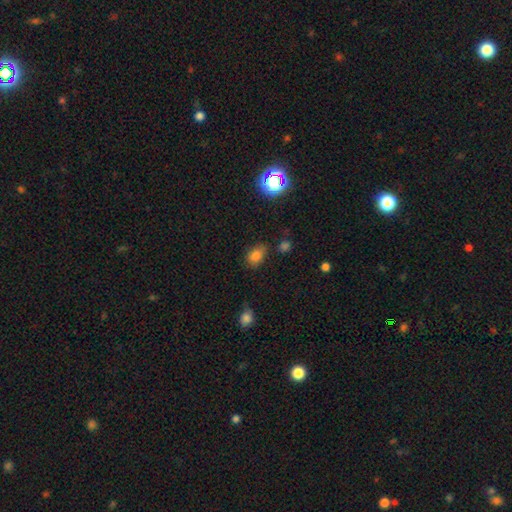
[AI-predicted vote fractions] This appears to be a smooth galaxy with no disk features (79%) that is in between round and cigar-shaped (72%). Merging: none (67%).